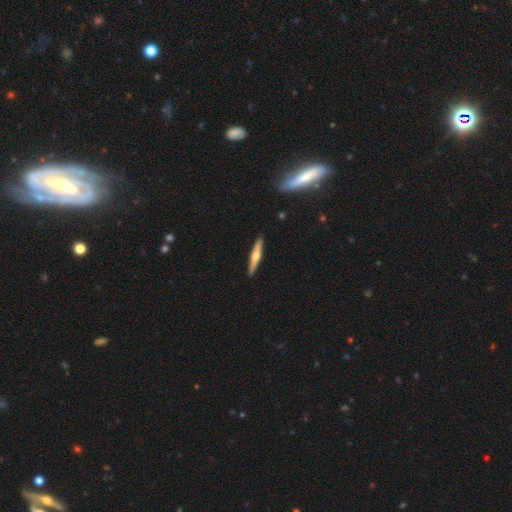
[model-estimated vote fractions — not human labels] Q: Smooth or featured?
A: featured or disk (54%); runner-up: smooth (41%)
Q: Edge-on disk?
A: yes (97%); runner-up: no (3%)
Q: Edge-on bulge?
A: rounded (84%); runner-up: none (10%)
Q: Merging?
A: none (92%); runner-up: minor disturbance (6%)